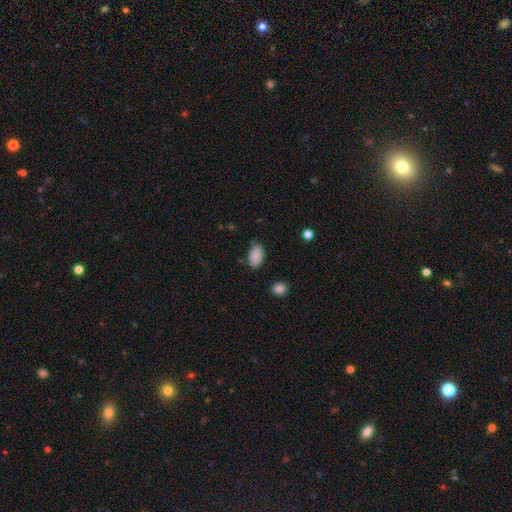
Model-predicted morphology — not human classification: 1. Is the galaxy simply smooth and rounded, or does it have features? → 89% smooth, 8% star or artifact, 3% featured or disk.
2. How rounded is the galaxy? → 92% in between, 7% round, 1% cigar-shaped.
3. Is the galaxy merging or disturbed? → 82% none, 13% minor disturbance, 3% major disturbance, 2% merger.